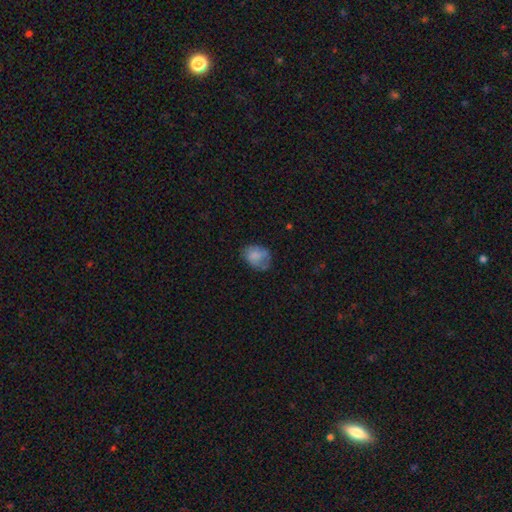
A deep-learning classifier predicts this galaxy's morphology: Overall: smooth (74%). How rounded: in between (68%; round 31%). Merging: none (52%; minor disturbance 31%).